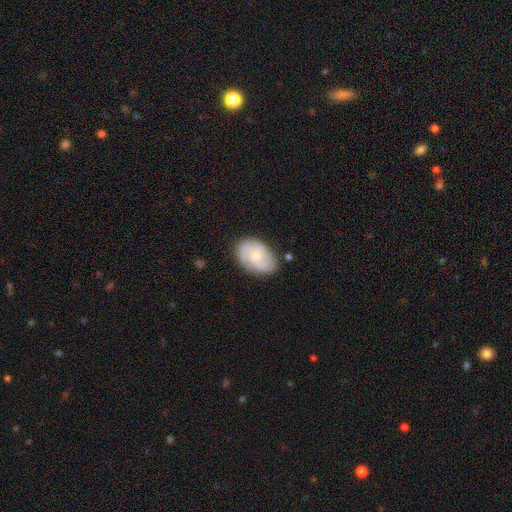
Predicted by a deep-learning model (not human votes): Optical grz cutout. It shows a featured or disk galaxy (51%). Merging: none (74%).